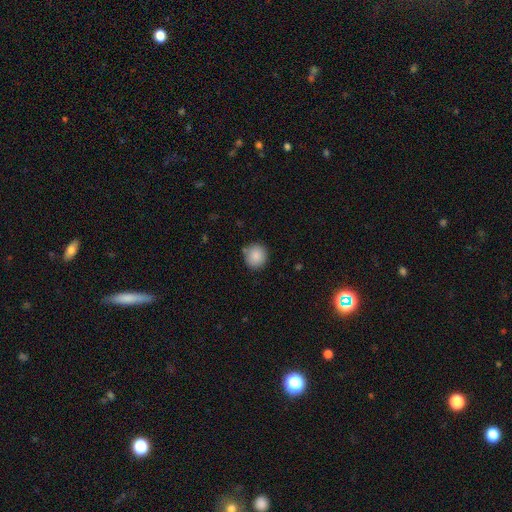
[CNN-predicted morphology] This is clearly a smooth galaxy (87%). How rounded: clearly round (89%). Merging: clearly none (82%).